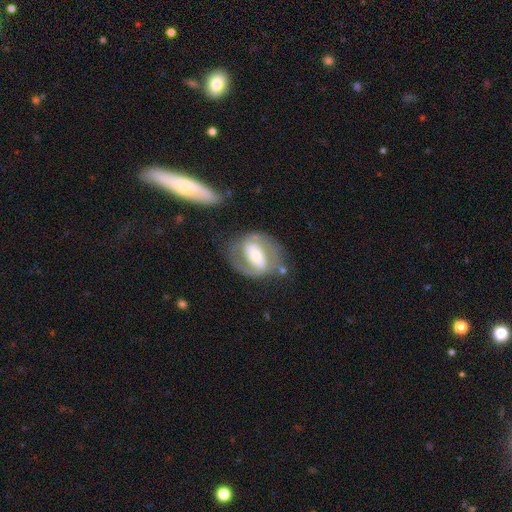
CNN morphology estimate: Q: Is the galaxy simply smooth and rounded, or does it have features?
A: featured or disk — 76%.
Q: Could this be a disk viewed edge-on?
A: no — 96%.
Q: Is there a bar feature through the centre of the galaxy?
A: strong — 43%.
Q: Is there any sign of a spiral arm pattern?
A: yes — 78%.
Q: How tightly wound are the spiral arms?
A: medium — 48%.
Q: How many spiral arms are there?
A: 2 — 83%.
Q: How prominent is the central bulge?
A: moderate — 51%.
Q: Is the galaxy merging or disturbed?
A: none — 65%.